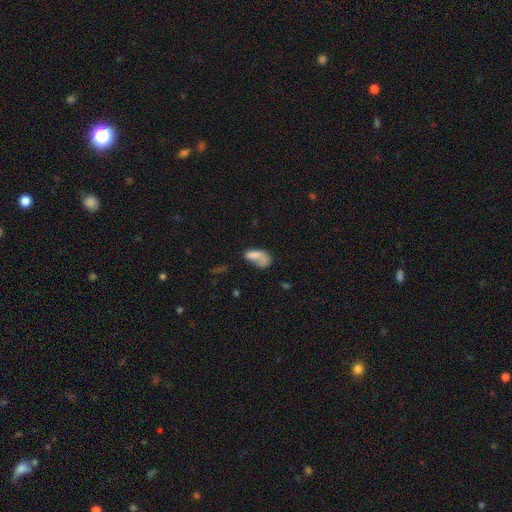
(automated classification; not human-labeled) The model was most divided on "merging": none: 29%, major disturbance: 27%, merger: 24%, minor disturbance: 19%. More confident: how rounded — in between (87%); smooth or featured — smooth (71%).